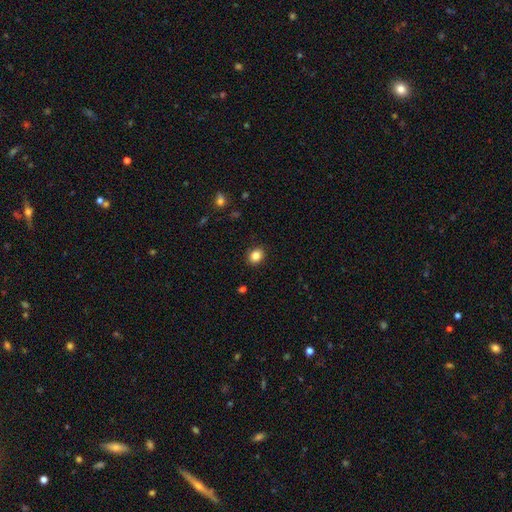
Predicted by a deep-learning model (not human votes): Smooth or featured? Predicted: smooth (p=0.85). How rounded? Predicted: round (p=0.64). Merging? Predicted: none (p=0.90).